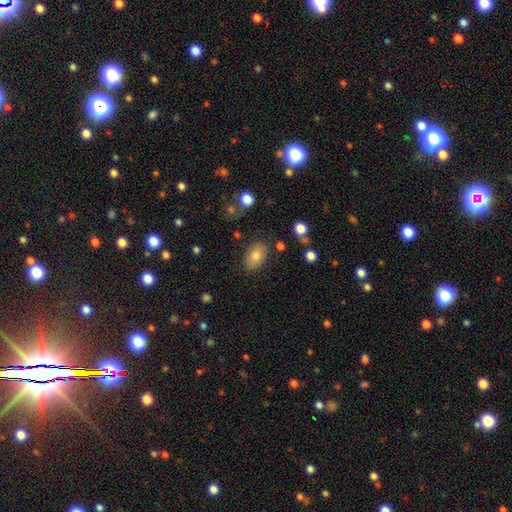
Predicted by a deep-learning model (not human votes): Smooth or featured?
  - smooth: 78% *
  - featured or disk: 11%
  - star or artifact: 10%
How rounded?
  - in between: 86% *
  - round: 13%
  - cigar-shaped: 1%
Merging?
  - none: 82% *
  - minor disturbance: 12%
  - major disturbance: 3%
  - merger: 2%